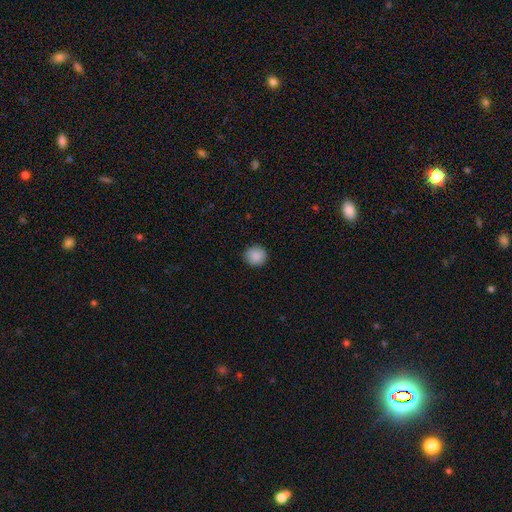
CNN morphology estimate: Overall: smooth (89%). How rounded: round (92%). Merging: none (90%).